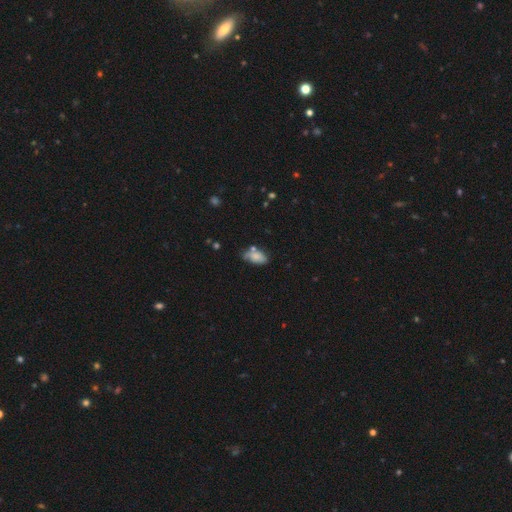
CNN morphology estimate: A smooth galaxy with no disk features (75%) that is in between round and cigar-shaped (92%). Merging: none (50%).